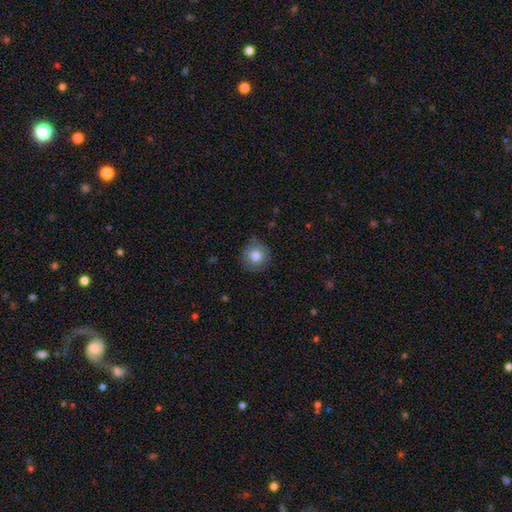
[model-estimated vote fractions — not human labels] Smooth or featured: smooth — 79% (featured or disk — 12%)
How rounded: round — 92% (in between — 7%)
Merging: none — 82% (minor disturbance — 13%)